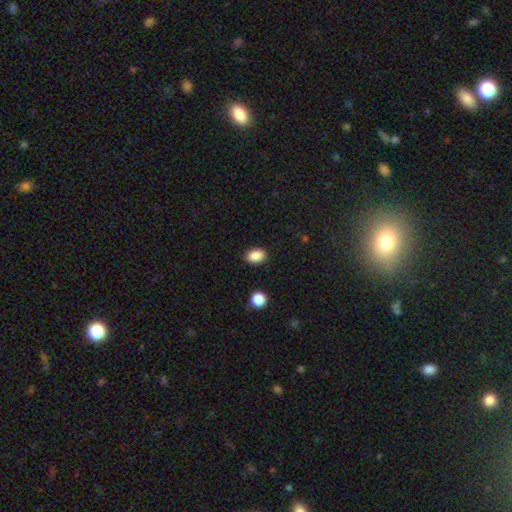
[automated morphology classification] Overall: smooth (88%). How rounded: in between (83%). Merging: none (87%).